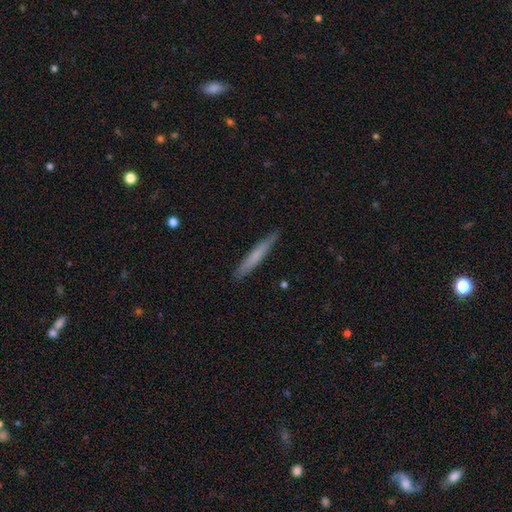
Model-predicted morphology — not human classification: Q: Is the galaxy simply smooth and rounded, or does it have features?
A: smooth — 64%.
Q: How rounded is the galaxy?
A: cigar-shaped — 96%.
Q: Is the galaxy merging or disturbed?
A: none — 90%.